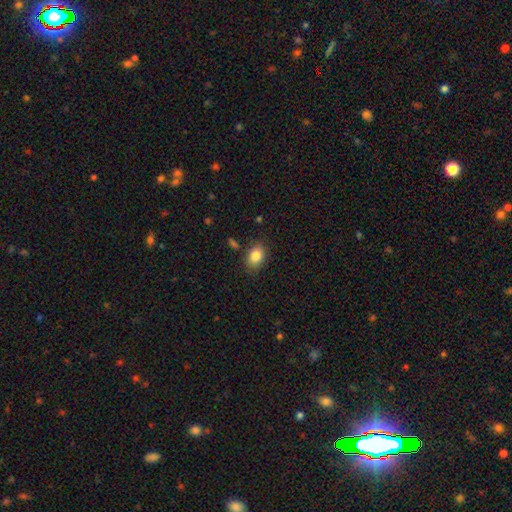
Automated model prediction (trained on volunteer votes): Smooth or featured: smooth — 85% (star or artifact — 9%)
How rounded: in between — 76% (round — 23%)
Merging: none — 80% (minor disturbance — 13%)